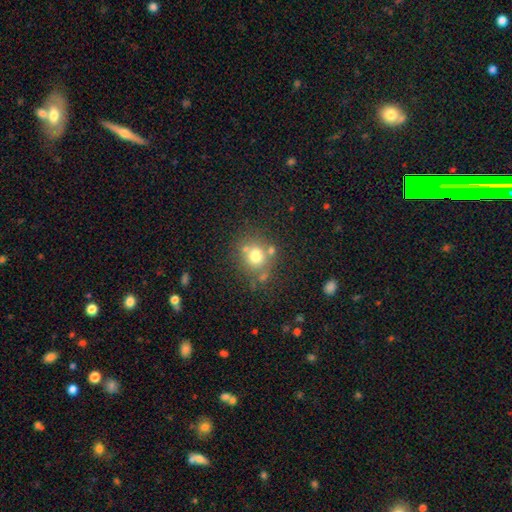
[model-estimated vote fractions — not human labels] Smooth or featured? Predicted: smooth (p=0.71). How rounded? Predicted: round (p=0.83). Merging? Predicted: none (p=0.65).